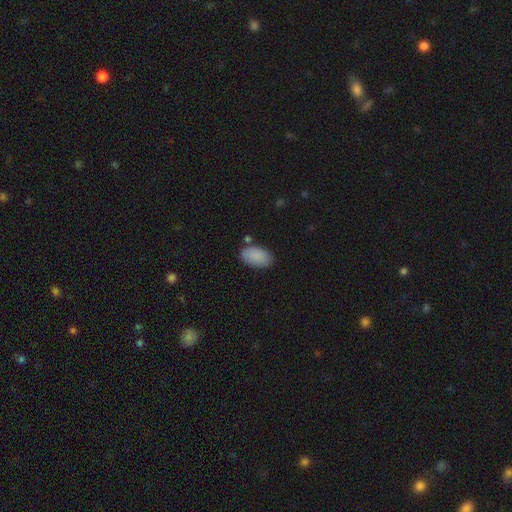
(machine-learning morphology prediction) Smooth or featured?
  - smooth: 89% *
  - star or artifact: 7%
  - featured or disk: 5%
How rounded?
  - in between: 94% *
  - round: 4%
  - cigar-shaped: 2%
Merging?
  - none: 80% *
  - minor disturbance: 13%
  - merger: 4%
  - major disturbance: 3%